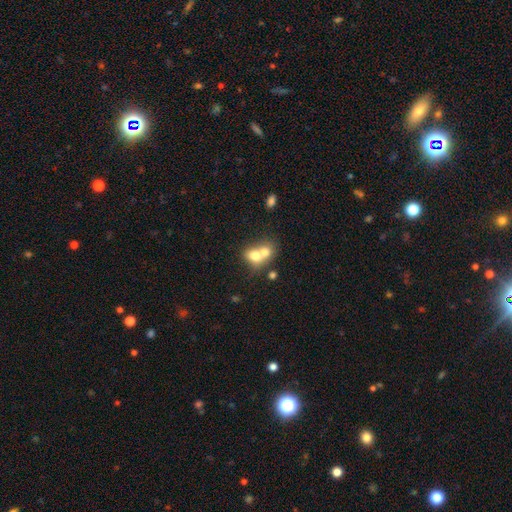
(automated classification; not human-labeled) A smooth galaxy with no disk features (69%) that is in between round and cigar-shaped (51%).

Vote fractions:
- Smooth or featured? smooth: 69% / featured or disk: 21% / star or artifact: 9%
- How rounded? in between: 51% / round: 48% / cigar-shaped: 1%
- Merging? merger: 71% / none: 20% / minor disturbance: 6% / major disturbance: 3%